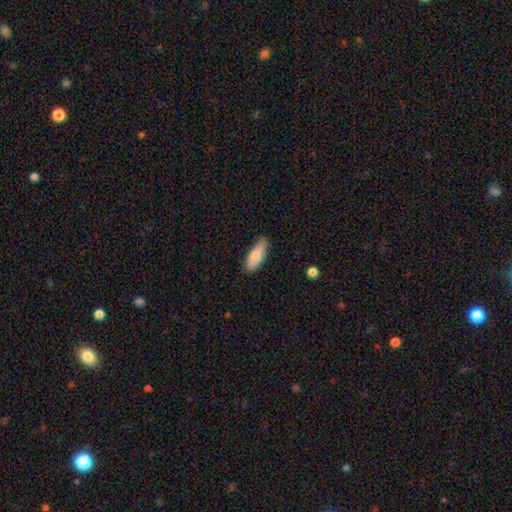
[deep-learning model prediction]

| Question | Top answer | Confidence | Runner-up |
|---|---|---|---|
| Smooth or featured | smooth | 82% | featured or disk (13%) |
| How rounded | in between | 62% | cigar-shaped (36%) |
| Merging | none | 79% | minor disturbance (17%) |